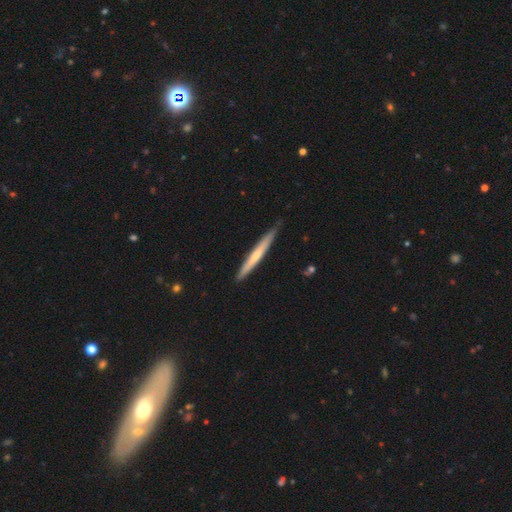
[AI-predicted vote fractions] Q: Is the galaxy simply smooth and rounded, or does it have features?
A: smooth — 51%.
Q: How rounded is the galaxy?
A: cigar-shaped — 97%.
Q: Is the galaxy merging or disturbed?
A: none — 85%.